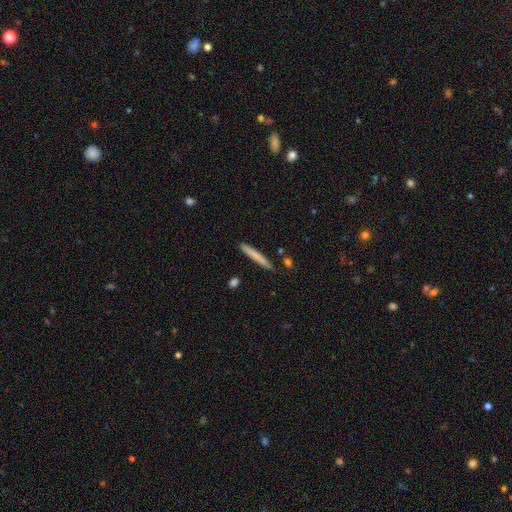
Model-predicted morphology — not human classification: This appears to be a smooth galaxy with no disk features (73%) that is cigar-shaped (96%). Merging: none (88%).